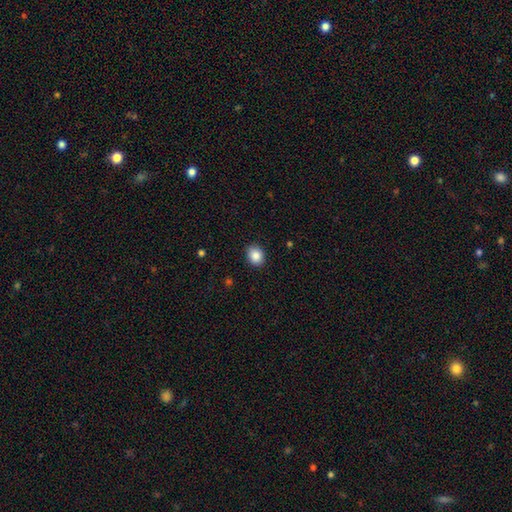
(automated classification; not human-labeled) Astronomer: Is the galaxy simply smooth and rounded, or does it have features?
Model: smooth — 86%.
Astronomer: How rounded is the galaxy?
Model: round — 52% (runner-up: in between, 47%).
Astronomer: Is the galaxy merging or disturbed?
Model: none — 89%.